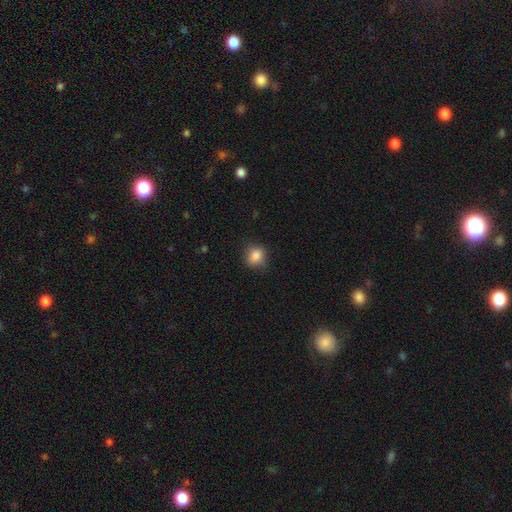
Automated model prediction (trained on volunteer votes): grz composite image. It shows a smooth galaxy with no disk features (85%) that is round (62%). Merging: none (78%).